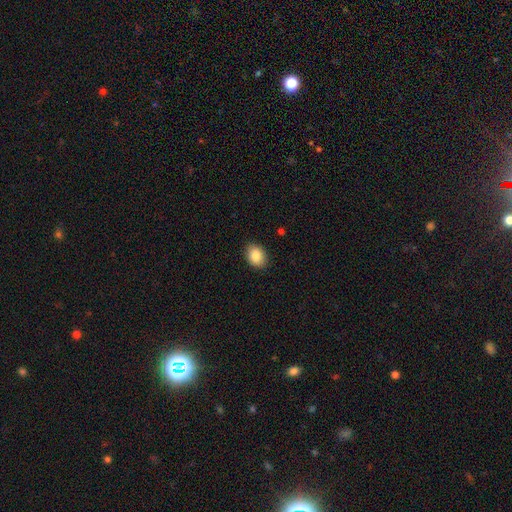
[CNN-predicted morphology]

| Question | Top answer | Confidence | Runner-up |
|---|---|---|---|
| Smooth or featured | smooth | 86% | star or artifact (8%) |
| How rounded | in between | 70% | round (29%) |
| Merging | none | 89% | minor disturbance (8%) |